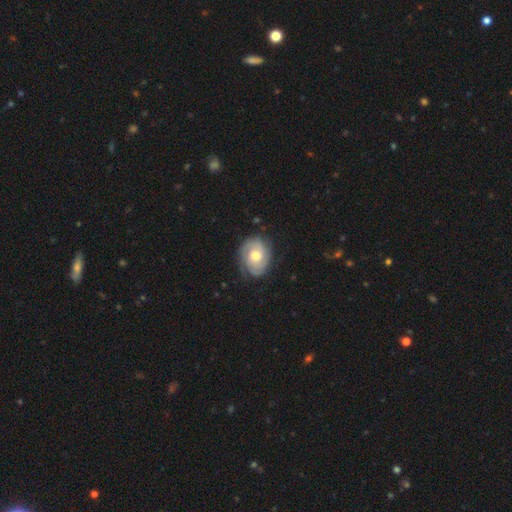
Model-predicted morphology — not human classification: Smooth or featured: featured or disk — 79% (smooth — 16%)
Edge-on disk: no — 98% (yes — 2%)
Bar: no — 69% (weak — 26%)
Spiral arms: yes — 94% (no — 6%)
Spiral winding: tight — 63% (medium — 29%)
Spiral arm count: 2 — 57% (can't tell — 17%)
Bulge size: moderate — 74% (small — 17%)
Merging: none — 79% (minor disturbance — 15%)